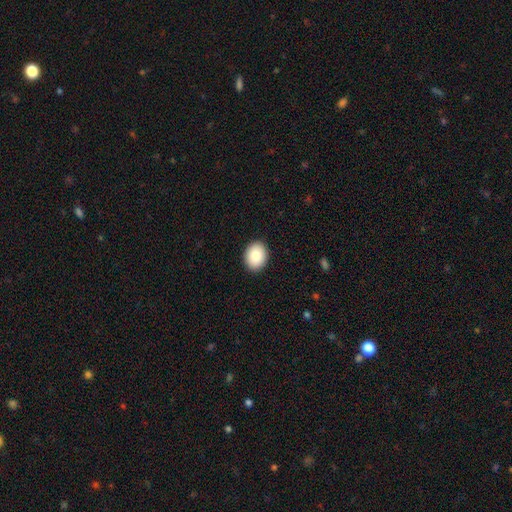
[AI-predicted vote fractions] smooth_or_featured: smooth (p=0.85) [alt: featured or disk p=0.08]
how_rounded: in between (p=0.53) [alt: round p=0.46]
merging: none (p=0.91) [alt: minor disturbance p=0.06]